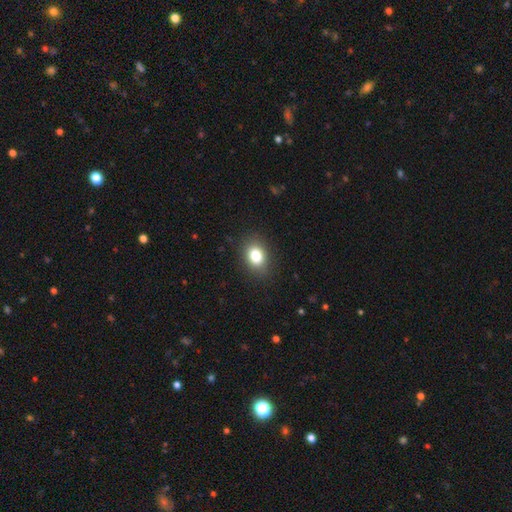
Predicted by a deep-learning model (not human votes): smooth 82%, star or artifact 10%, featured or disk 8%. Down the decision tree: how rounded — in between (66%); merging — none (86%).